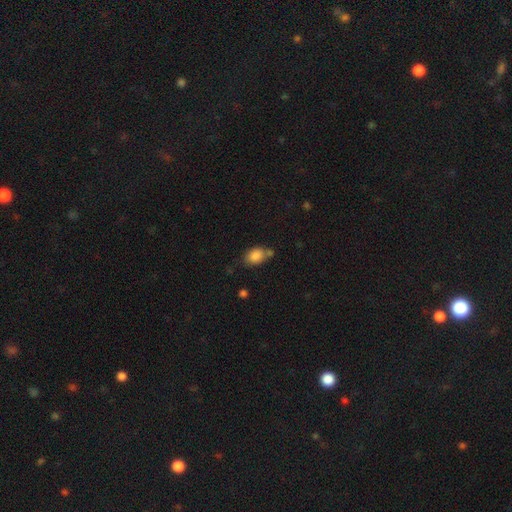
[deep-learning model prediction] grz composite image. It shows a smooth galaxy with no disk features (85%) that is in between round and cigar-shaped (76%). Merging: none (56%).